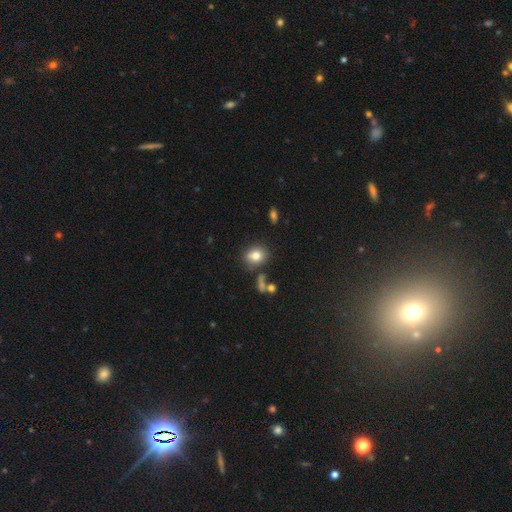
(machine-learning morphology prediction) Smooth or featured: smooth — 79% (star or artifact — 11%)
How rounded: round — 60% (in between — 39%)
Merging: none — 76% (minor disturbance — 13%)